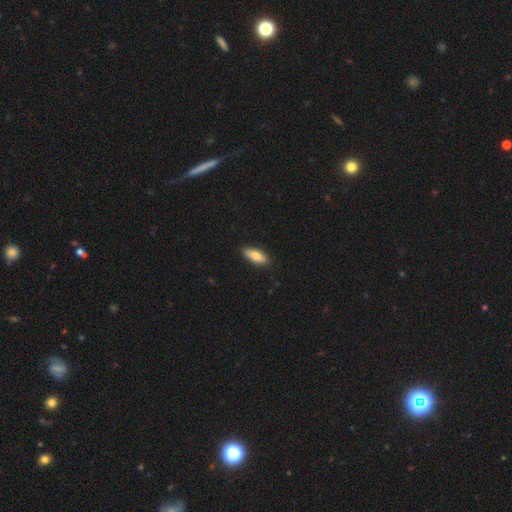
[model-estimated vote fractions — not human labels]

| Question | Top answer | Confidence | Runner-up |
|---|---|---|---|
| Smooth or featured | smooth | 77% | featured or disk (17%) |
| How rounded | in between | 71% | cigar-shaped (27%) |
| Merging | none | 89% | minor disturbance (8%) |